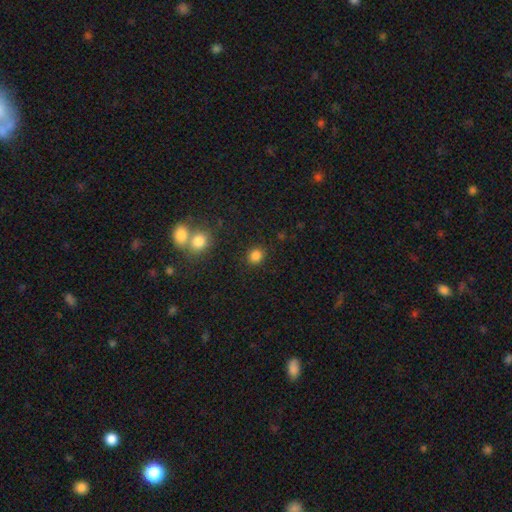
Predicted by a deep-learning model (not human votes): A smooth galaxy with no disk features (84%) that is round (81%). Merging: none (86%).